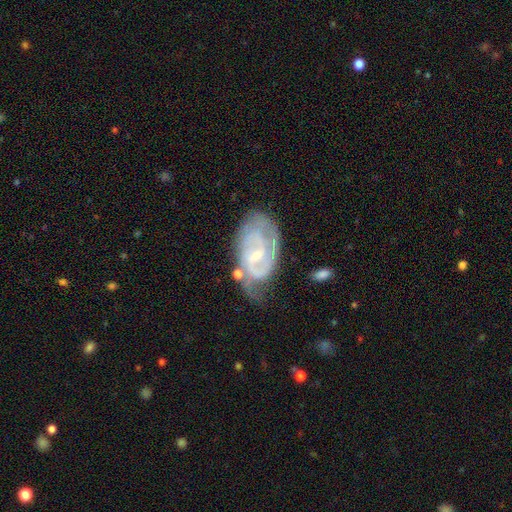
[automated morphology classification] Overall: featured or disk (84%). Edge-on disk: no (97%). Bar: weak (53%; no 33%). Spiral arms: yes (94%). Spiral arm count: 2 (57%; can't tell 20%). Spiral winding: tight (52%; medium 38%). Bulge size: small (65%). Merging: none (51%; minor disturbance 30%).